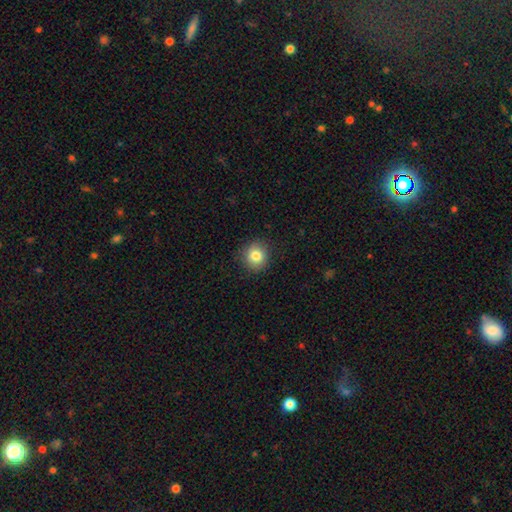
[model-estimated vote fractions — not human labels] The model was most divided on "smooth or featured": smooth: 83%, star or artifact: 10%, featured or disk: 7%. More confident: merging — none (90%); how rounded — round (89%).